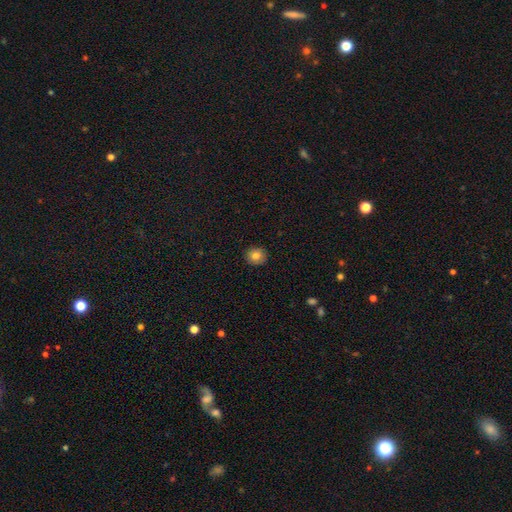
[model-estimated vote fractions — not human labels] Smooth or featured? smooth (81%)
How rounded? round (87%)
Merging? none (91%)